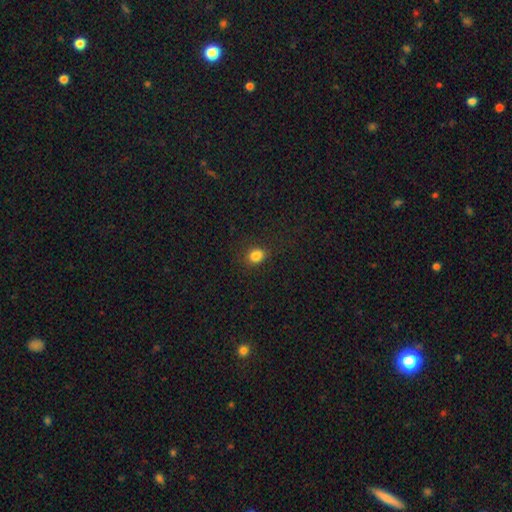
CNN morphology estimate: Smooth or featured? smooth (84%)
How rounded? in between (51%)
Merging? none (84%)